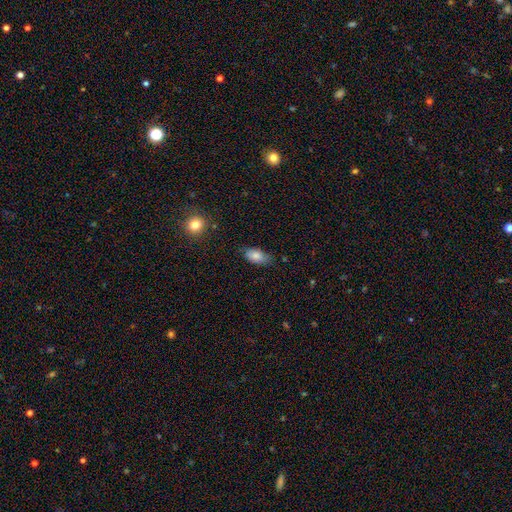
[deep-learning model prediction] Smooth or featured: smooth — 83% (featured or disk — 9%)
How rounded: in between — 92% (round — 4%)
Merging: none — 69% (minor disturbance — 25%)